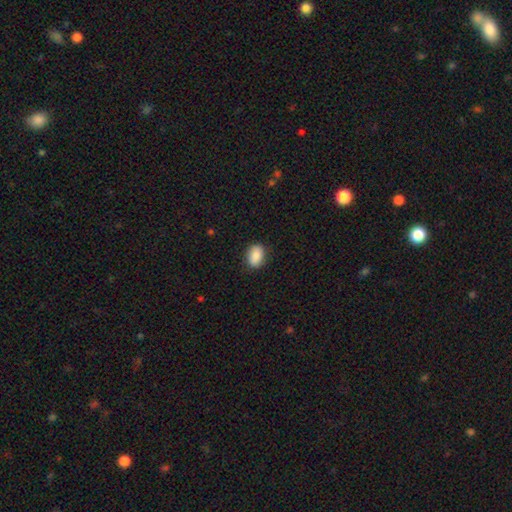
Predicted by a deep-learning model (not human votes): Smooth or featured: smooth — 87% (star or artifact — 8%)
How rounded: in between — 75% (round — 23%)
Merging: none — 85% (minor disturbance — 11%)